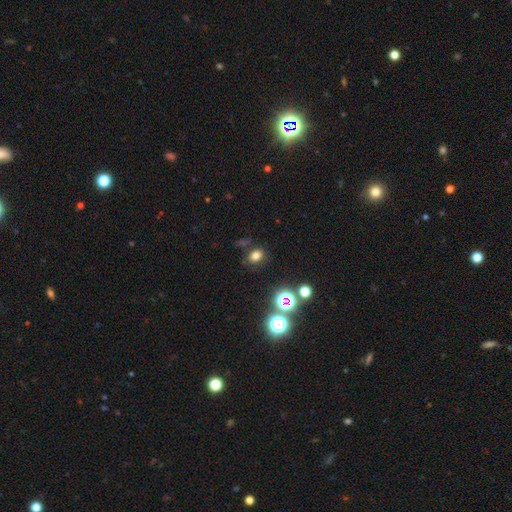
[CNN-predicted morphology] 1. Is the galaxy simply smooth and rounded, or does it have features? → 72% smooth, 21% star or artifact, 7% featured or disk.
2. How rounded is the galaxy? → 55% in between, 44% round, 1% cigar-shaped.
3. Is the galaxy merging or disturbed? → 80% none, 12% minor disturbance, 4% merger, 4% major disturbance.